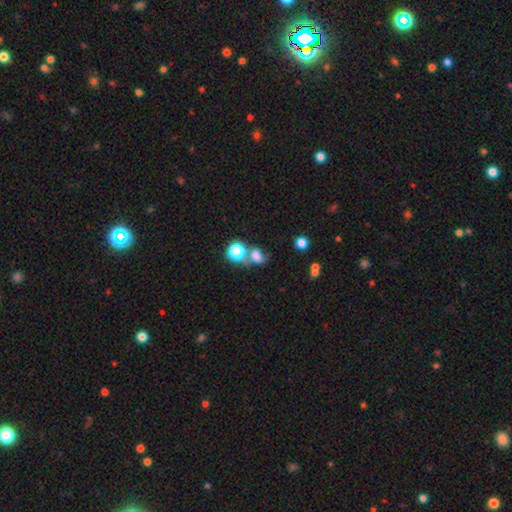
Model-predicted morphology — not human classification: Smooth or featured? smooth (67%)
How rounded? in between (52%)
Merging? merger (37%, tied with none)